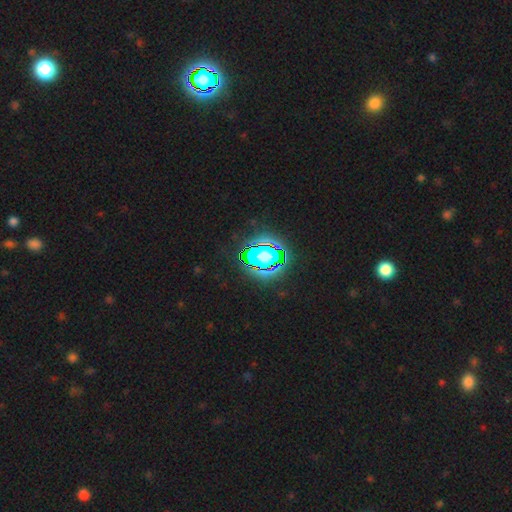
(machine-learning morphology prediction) This is likely a star or artifact rather than a galaxy (72%).